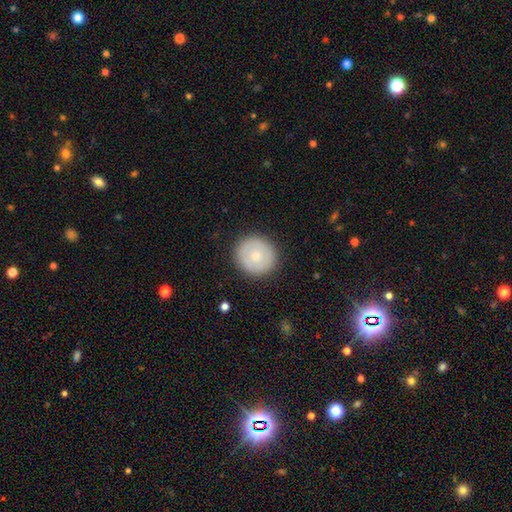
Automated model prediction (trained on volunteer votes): smooth-or-featured: smooth: 72% | featured or disk: 21% | star or artifact: 7%
  how-rounded: round: 92% | in between: 7% | cigar-shaped: 1%
  merging: none: 90% | minor disturbance: 7% | major disturbance: 2% | merger: 1%